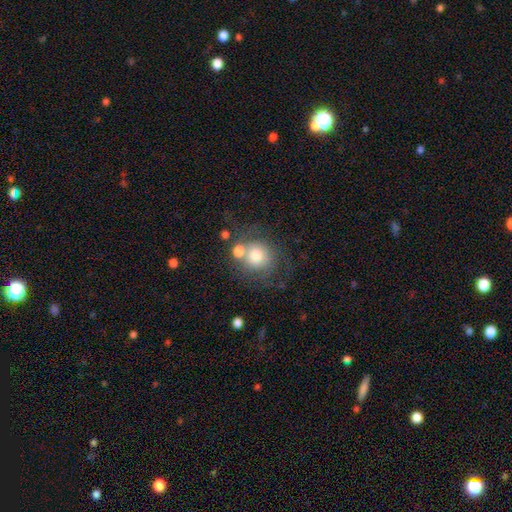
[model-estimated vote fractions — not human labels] smooth-or-featured: smooth: 61% | featured or disk: 28% | star or artifact: 10%
  how-rounded: round: 84% | in between: 15% | cigar-shaped: 1%
  merging: none: 47% | merger: 22% | major disturbance: 16% | minor disturbance: 16%